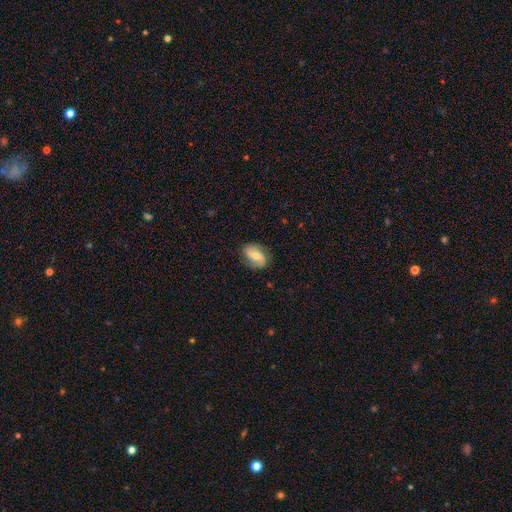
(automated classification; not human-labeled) Morphology: type=featured or disk (49%); merging=none (77%).